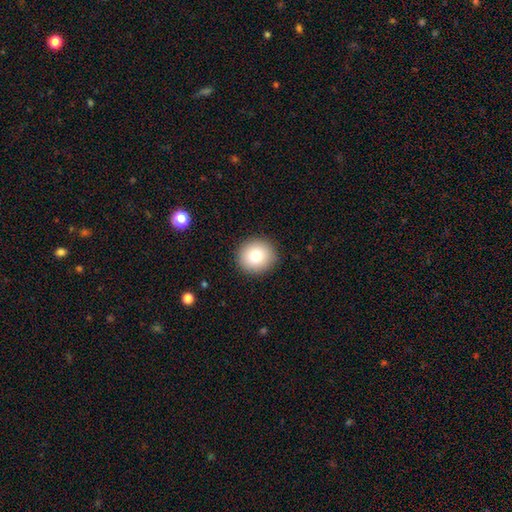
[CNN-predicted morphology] Smooth or featured?
  - smooth: 80% *
  - featured or disk: 11%
  - star or artifact: 10%
How rounded?
  - round: 89% *
  - in between: 10%
  - cigar-shaped: 1%
Merging?
  - none: 91% *
  - minor disturbance: 6%
  - major disturbance: 2%
  - merger: 1%